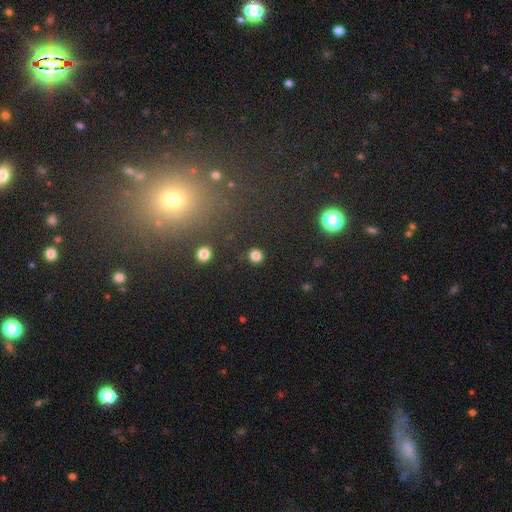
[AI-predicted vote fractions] Smooth or featured? smooth (82%)
How rounded? round (92%)
Merging? none (89%)